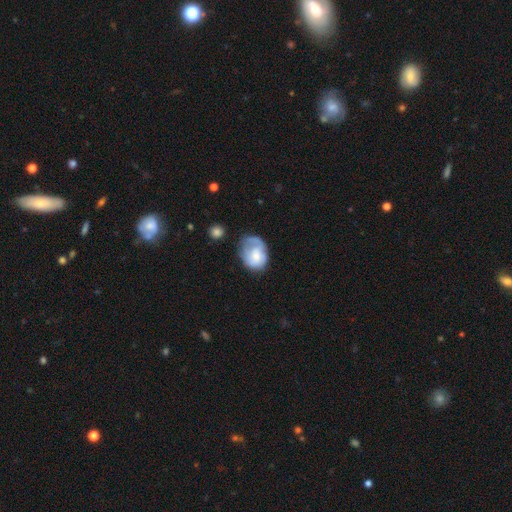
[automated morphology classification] Overall: smooth (58%; featured or disk 35%). How rounded: in between (59%; round 40%). Merging: minor disturbance (33%; none 32%).